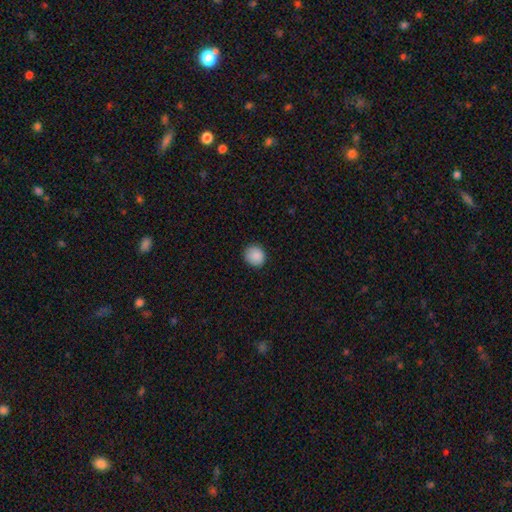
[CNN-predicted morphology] smooth-or-featured: smooth: 89% | star or artifact: 8% | featured or disk: 3%
  how-rounded: round: 87% | in between: 12% | cigar-shaped: 1%
  merging: none: 89% | minor disturbance: 8% | major disturbance: 2% | merger: 1%